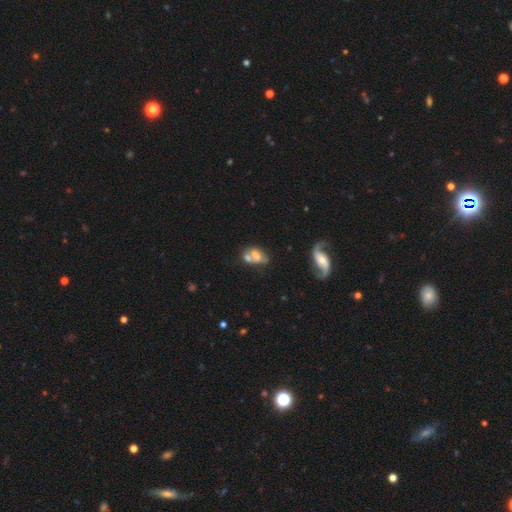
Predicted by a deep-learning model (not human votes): A smooth galaxy with no disk features (54%) that is in between round and cigar-shaped (81%). Merging: merger (49%).